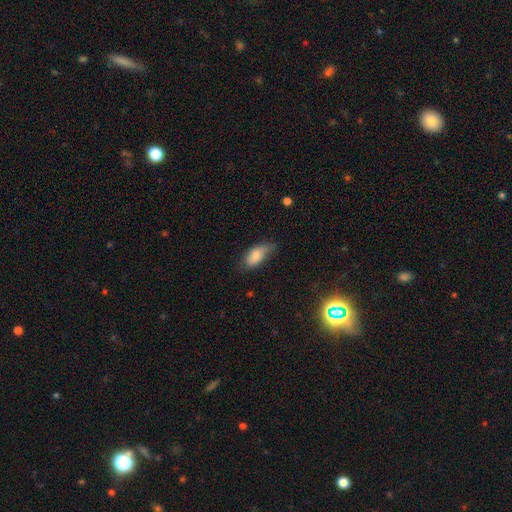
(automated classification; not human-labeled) smooth 79%, featured or disk 13%, star or artifact 7%. Down the decision tree: how rounded — in between (89%); merging — none (50%).